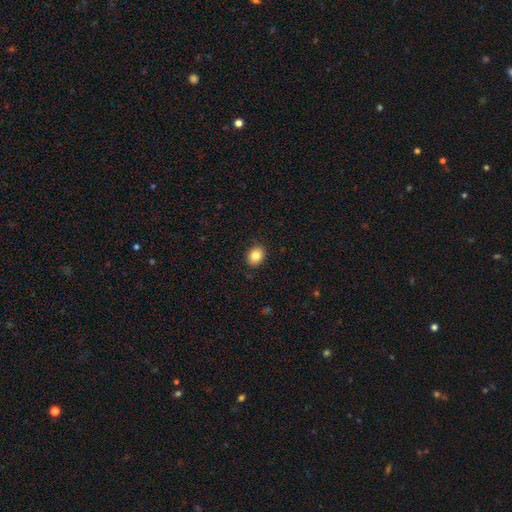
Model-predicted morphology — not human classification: smooth 83%, star or artifact 9%, featured or disk 8%. Down the decision tree: how rounded — in between (54%); merging — none (89%).